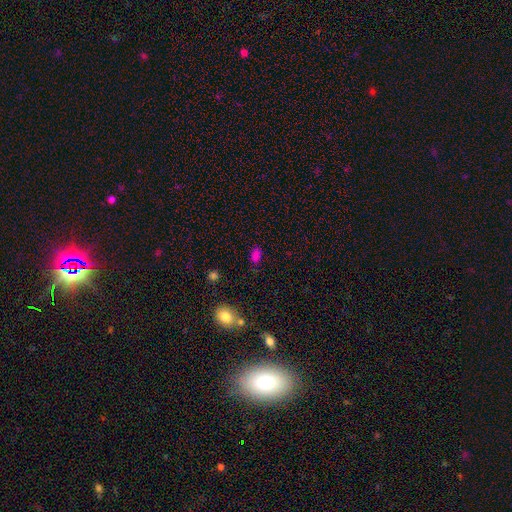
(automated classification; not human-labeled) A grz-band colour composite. It shows a smooth galaxy with no disk features (74%) that is in between round and cigar-shaped (86%). Merging: none (73%).